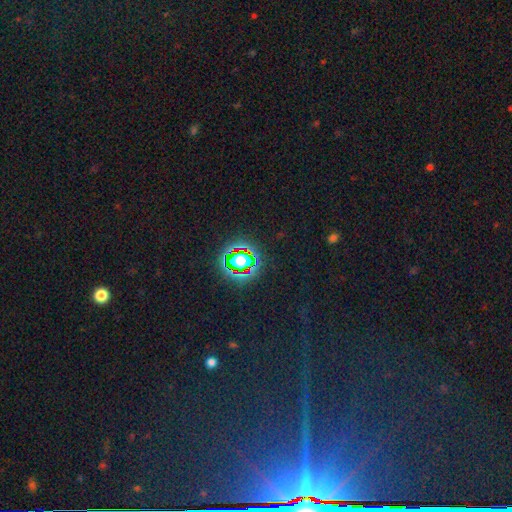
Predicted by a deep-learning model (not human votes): Smooth or featured: star or artifact — 78% (smooth — 12%)